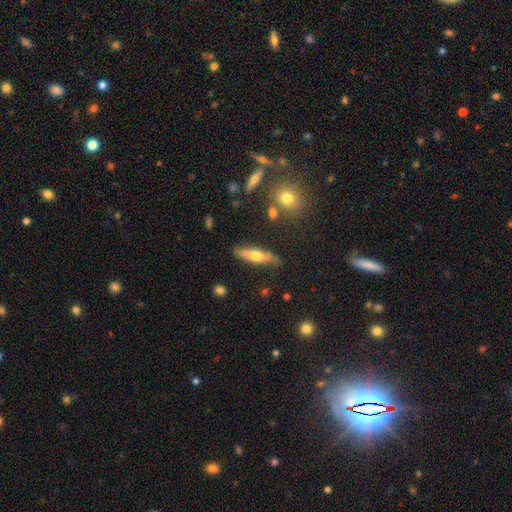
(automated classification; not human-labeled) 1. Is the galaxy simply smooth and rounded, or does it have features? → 52% smooth, 41% featured or disk, 6% star or artifact.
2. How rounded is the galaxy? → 68% cigar-shaped, 29% in between, 2% round.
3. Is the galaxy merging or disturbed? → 79% none, 15% minor disturbance, 3% major disturbance, 3% merger.